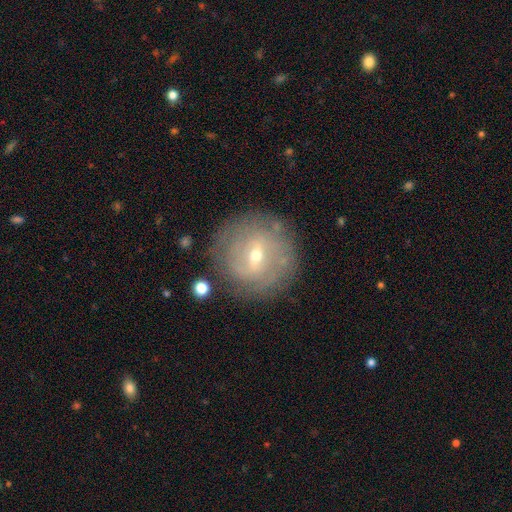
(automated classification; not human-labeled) smooth_or_featured: featured or disk (p=0.67) [alt: smooth p=0.24]
disk_edge_on: no (p=0.95) [alt: yes p=0.05]
bar: weak (p=0.56) [alt: no p=0.23]
has_spiral_arms: yes (p=0.69) [alt: no p=0.31]
bulge_size: small (p=0.60) [alt: moderate p=0.37]
merging: none (p=0.81) [alt: minor disturbance p=0.12]